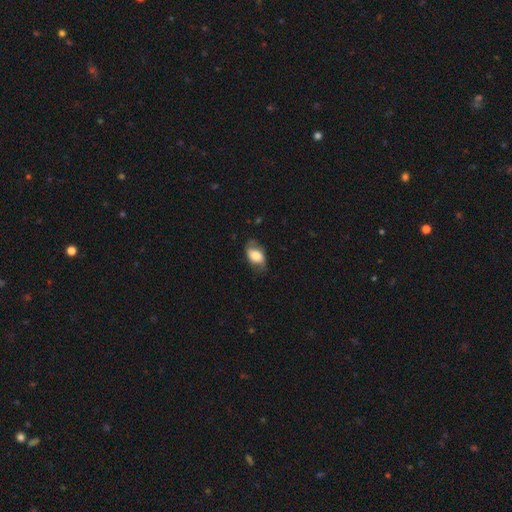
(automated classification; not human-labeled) A smooth galaxy with no disk features (69%) that is in between round and cigar-shaped (88%). Merging: none (64%).